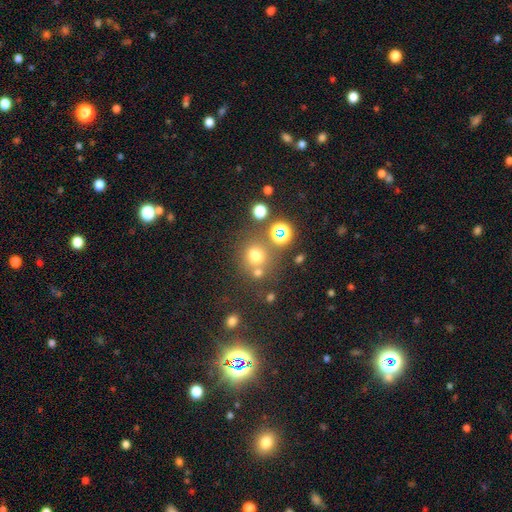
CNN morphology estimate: type=smooth (66%); roundness=round (77%); merging=none (63%).